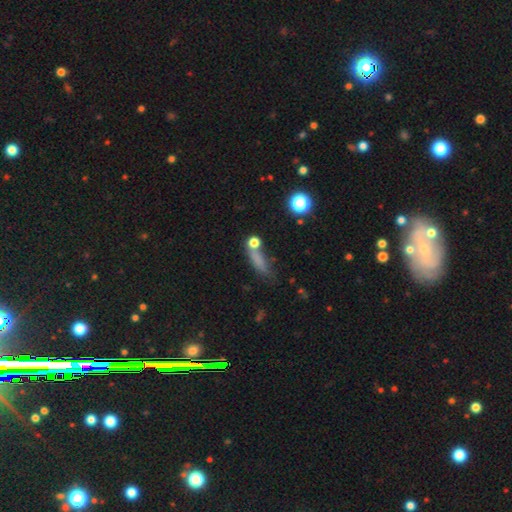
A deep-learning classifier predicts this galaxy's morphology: The model was most divided on "how rounded": cigar-shaped: 61%, in between: 28%, round: 11%. More confident: smooth or featured — smooth (66%); merging — none (57%).